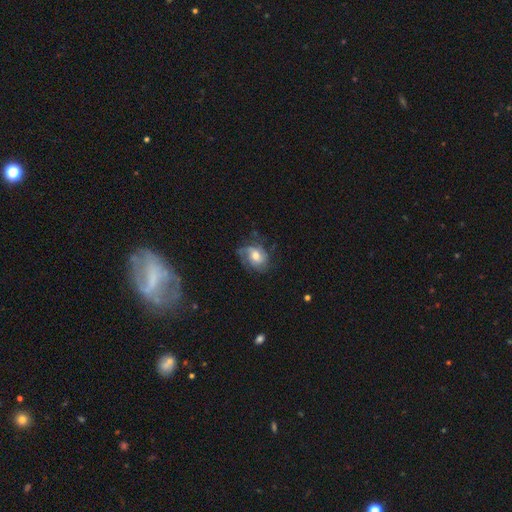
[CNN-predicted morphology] smooth_or_featured: featured or disk (p=0.63) [alt: smooth p=0.29]
disk_edge_on: no (p=0.97) [alt: yes p=0.03]
bar: no (p=0.65) [alt: weak p=0.30]
has_spiral_arms: yes (p=0.86) [alt: no p=0.14]
spiral_winding: medium (p=0.40) [alt: tight p=0.35]
spiral_arm_count: 2 (p=0.33) [alt: can't tell p=0.29]
bulge_size: moderate (p=0.64) [alt: large p=0.20]
merging: none (p=0.57) [alt: minor disturbance p=0.25]